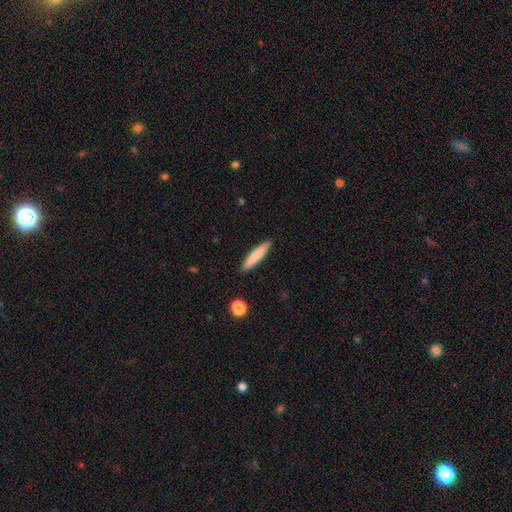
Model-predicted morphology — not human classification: smooth 78%, featured or disk 16%, star or artifact 6%. Down the decision tree: how rounded — cigar-shaped (89%); merging — none (90%).